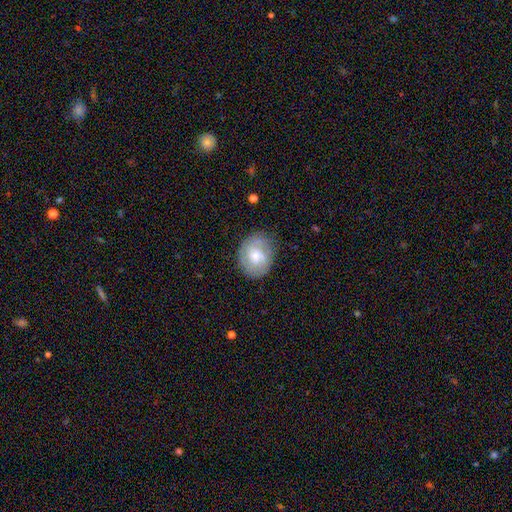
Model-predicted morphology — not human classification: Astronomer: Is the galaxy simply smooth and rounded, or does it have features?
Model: featured or disk — 55% (runner-up: smooth, 38%).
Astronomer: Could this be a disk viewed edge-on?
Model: no — 97%.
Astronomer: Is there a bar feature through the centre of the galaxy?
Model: no — 56% (runner-up: weak, 38%).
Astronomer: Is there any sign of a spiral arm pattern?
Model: yes — 84%.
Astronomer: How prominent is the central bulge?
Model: moderate — 48% (runner-up: small, 43%).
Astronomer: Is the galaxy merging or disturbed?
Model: none — 73%.